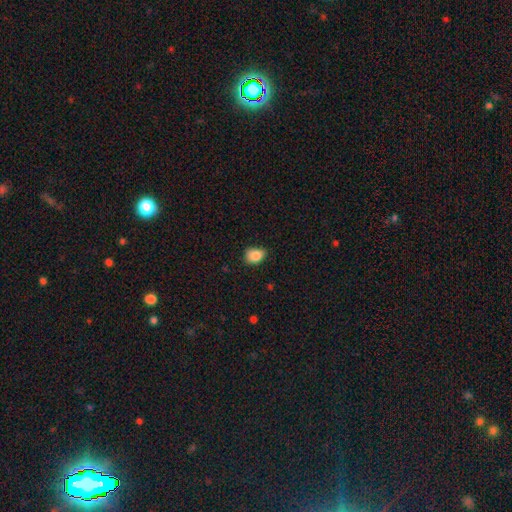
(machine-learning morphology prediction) Smooth or featured?
  - smooth: 86% *
  - star or artifact: 9%
  - featured or disk: 5%
How rounded?
  - in between: 68% *
  - round: 31%
  - cigar-shaped: 1%
Merging?
  - none: 64% *
  - minor disturbance: 30%
  - major disturbance: 5%
  - merger: 2%